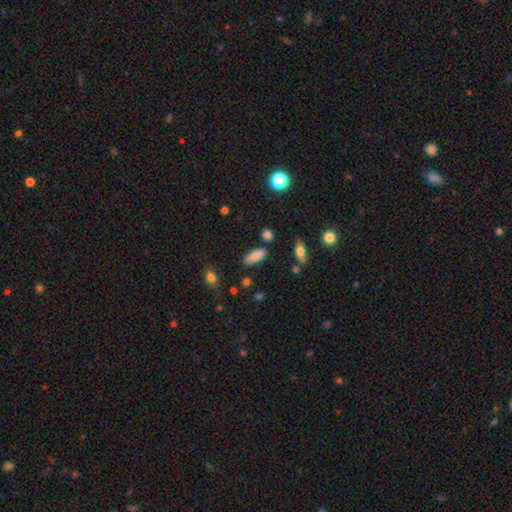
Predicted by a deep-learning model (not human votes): A smooth galaxy with no disk features (82%) that is in between round and cigar-shaped (81%).

Vote fractions:
- Smooth or featured? smooth: 82% / featured or disk: 9% / star or artifact: 9%
- How rounded? in between: 81% / cigar-shaped: 16% / round: 3%
- Merging? none: 75% / minor disturbance: 16% / merger: 5% / major disturbance: 4%